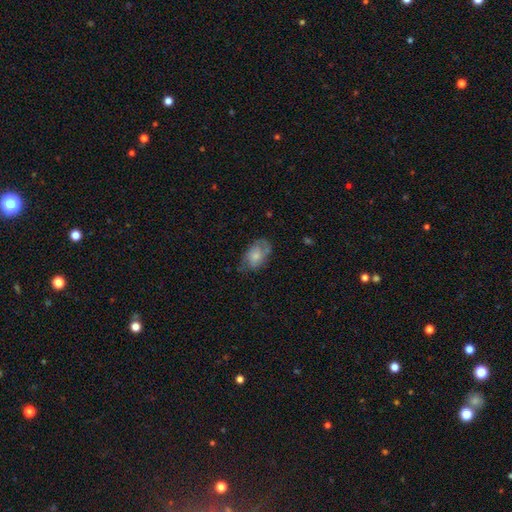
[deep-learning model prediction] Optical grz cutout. It shows a smooth galaxy with no disk features (63%) that is in between round and cigar-shaped (87%). Merging: none (51%).